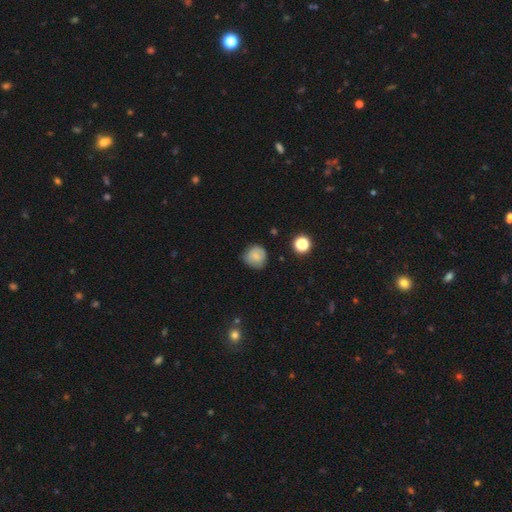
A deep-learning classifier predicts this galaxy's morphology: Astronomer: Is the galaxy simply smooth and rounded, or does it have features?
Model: smooth — 77%.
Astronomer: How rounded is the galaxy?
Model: round — 89%.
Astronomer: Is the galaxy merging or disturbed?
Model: none — 77%.